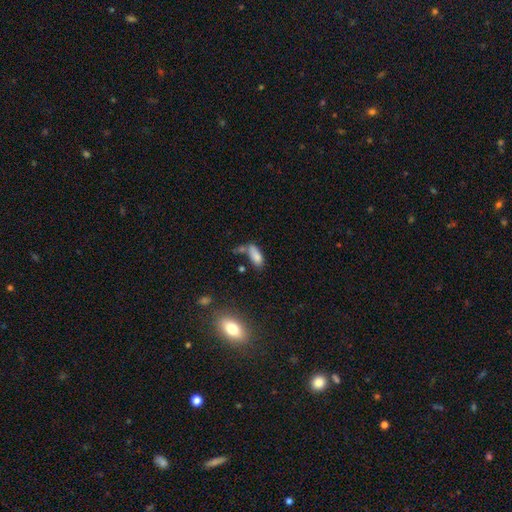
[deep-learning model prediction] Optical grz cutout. It shows a smooth galaxy with no disk features (81%) that is in between round and cigar-shaped (75%). Merging: none (44%).